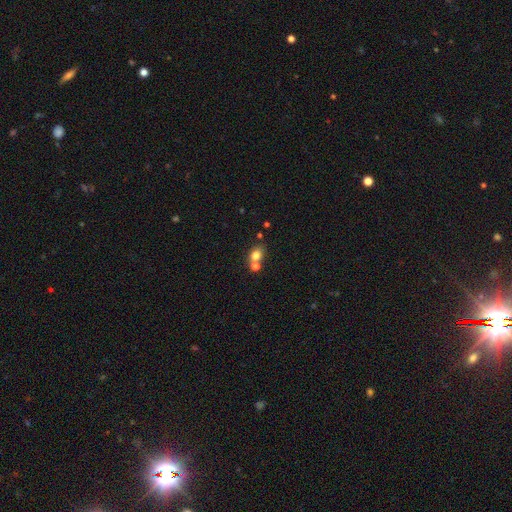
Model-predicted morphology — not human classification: Smooth or featured? Predicted: smooth (p=0.77). How rounded? Predicted: in between (p=0.49, tied with round). Merging? Predicted: none (p=0.49).